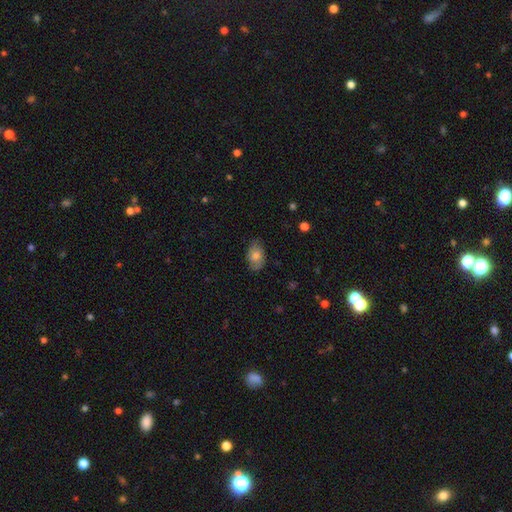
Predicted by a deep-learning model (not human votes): Smooth or featured? Predicted: smooth (p=0.64). How rounded? Predicted: in between (p=0.85). Merging? Predicted: none (p=0.70).